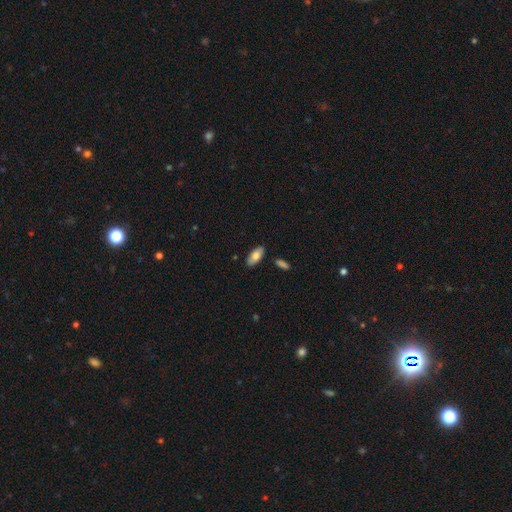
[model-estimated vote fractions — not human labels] smooth-or-featured: smooth: 77% | featured or disk: 17% | star or artifact: 6%
  how-rounded: in between: 89% | cigar-shaped: 9% | round: 2%
  merging: none: 87% | minor disturbance: 9% | merger: 2% | major disturbance: 2%